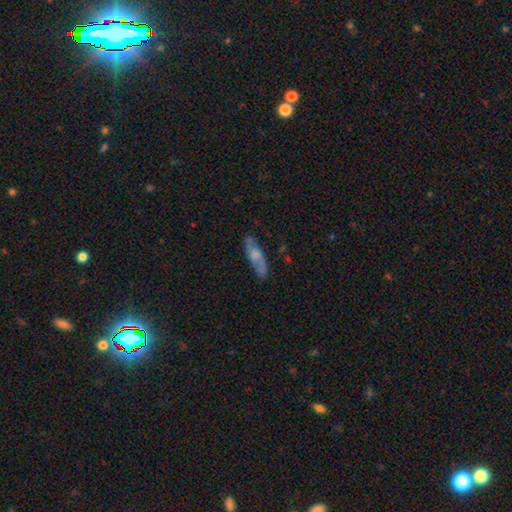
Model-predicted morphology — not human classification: Q: Smooth or featured?
A: featured or disk (52%); runner-up: smooth (41%)
Q: Edge-on disk?
A: no (63%); runner-up: yes (37%)
Q: Merging?
A: none (78%); runner-up: minor disturbance (16%)